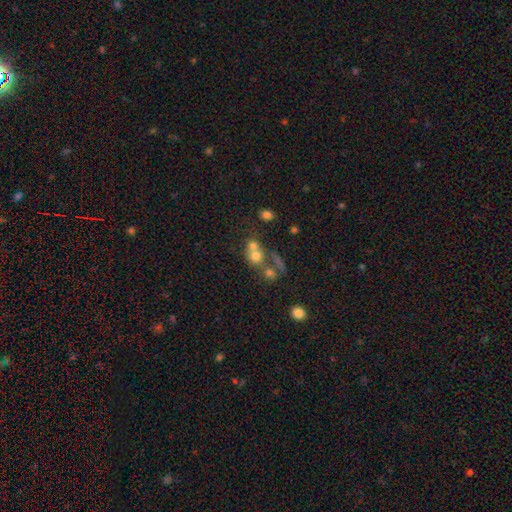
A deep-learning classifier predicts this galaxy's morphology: A smooth galaxy with no disk features (67%) that is round (77%). Merging: merger (55%).